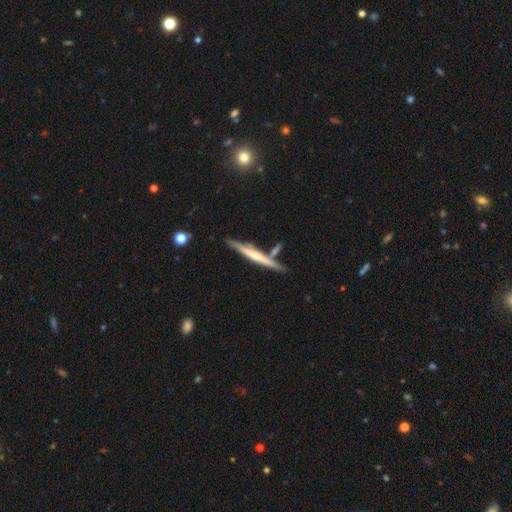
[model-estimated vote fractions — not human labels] Morphology: type=featured or disk (59%); edge-on=yes (96%); edge-on bulge=none (46%); merging=none (72%).